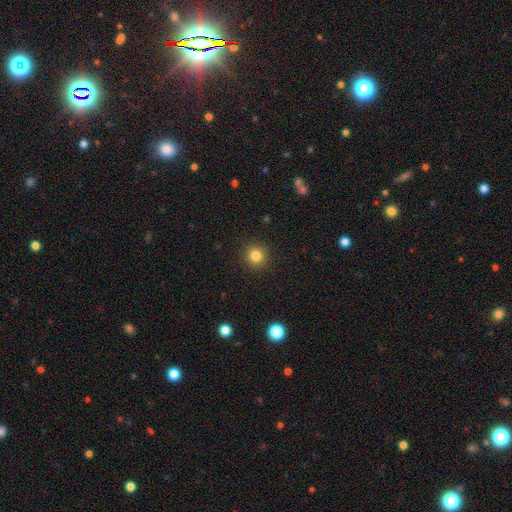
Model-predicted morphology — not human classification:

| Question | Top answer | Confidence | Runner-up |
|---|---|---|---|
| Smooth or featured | smooth | 82% | star or artifact (12%) |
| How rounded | round | 94% | in between (5%) |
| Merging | none | 91% | minor disturbance (6%) |